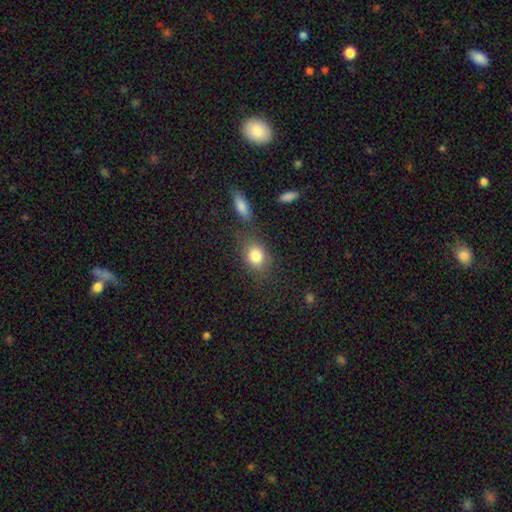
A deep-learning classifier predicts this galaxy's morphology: A smooth galaxy with no disk features (83%) that is round (49%, tied with in between). Merging: none (68%).